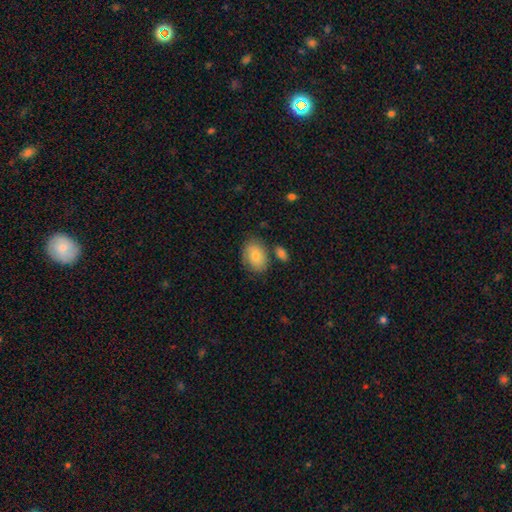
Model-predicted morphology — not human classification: smooth-or-featured: smooth: 79% | featured or disk: 14% | star or artifact: 7%
  how-rounded: in between: 80% | round: 19% | cigar-shaped: 1%
  merging: none: 71% | minor disturbance: 16% | merger: 9% | major disturbance: 4%